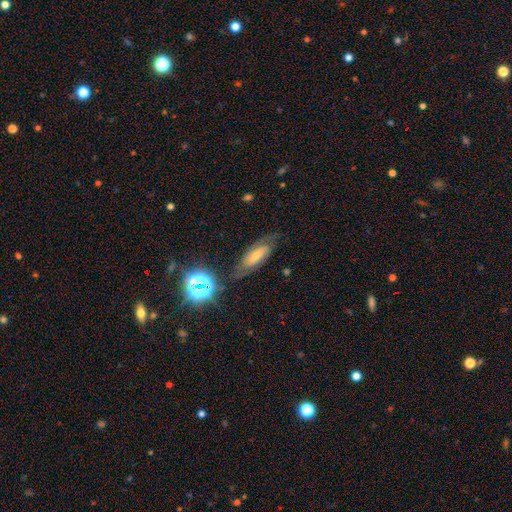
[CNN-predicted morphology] A featured or disk galaxy (47%). Merging: none (67%).